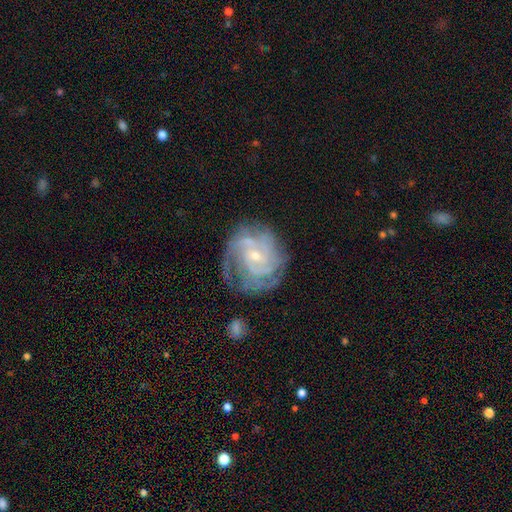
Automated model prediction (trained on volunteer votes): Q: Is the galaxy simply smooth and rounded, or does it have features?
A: featured or disk — 86%.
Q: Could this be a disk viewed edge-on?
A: no — 98%.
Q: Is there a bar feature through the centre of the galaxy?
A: no — 57%.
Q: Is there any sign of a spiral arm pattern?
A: yes — 96%.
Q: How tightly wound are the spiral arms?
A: tight — 64%.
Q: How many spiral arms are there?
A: can't tell — 28%.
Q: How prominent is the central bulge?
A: small — 70%.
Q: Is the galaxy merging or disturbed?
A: none — 66%.